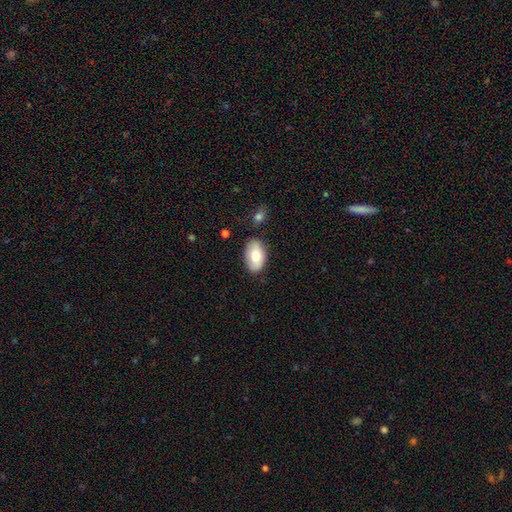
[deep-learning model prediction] smooth 76%, featured or disk 18%, star or artifact 6%. Down the decision tree: how rounded — in between (93%); merging — none (80%).